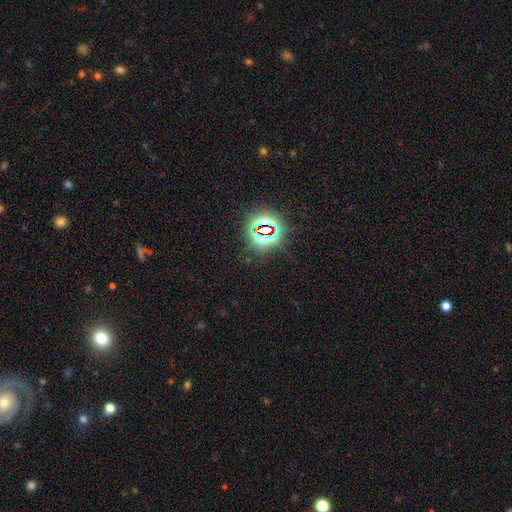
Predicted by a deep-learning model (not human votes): The model was most divided on "smooth or featured": star or artifact: 80%, smooth: 13%, featured or disk: 7%.